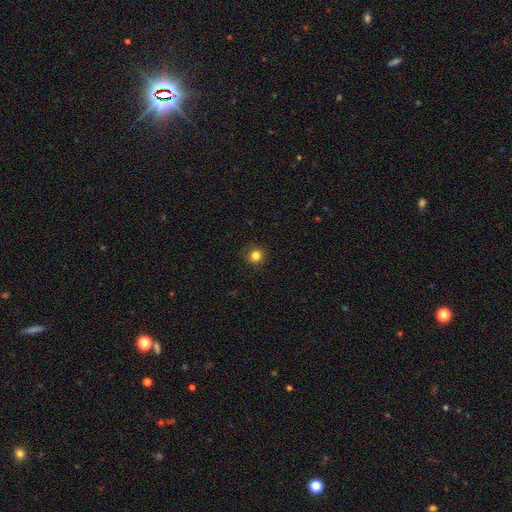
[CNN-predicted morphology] A smooth galaxy with no disk features (83%) that is round (93%).

Vote fractions:
- Smooth or featured? smooth: 83% / star or artifact: 12% / featured or disk: 4%
- How rounded? round: 93% / in between: 6% / cigar-shaped: 1%
- Merging? none: 90% / minor disturbance: 7% / major disturbance: 2% / merger: 1%